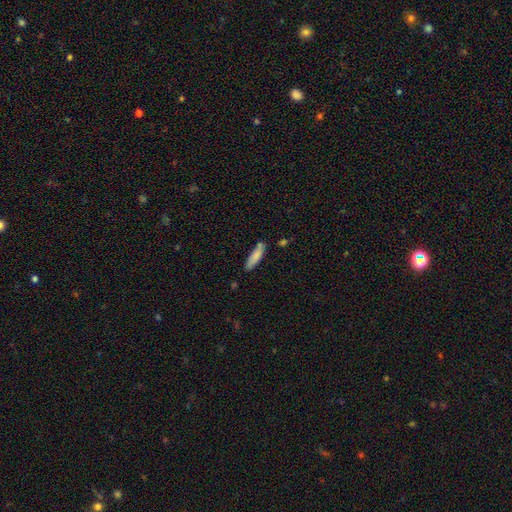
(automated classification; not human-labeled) This appears to be a smooth galaxy with no disk features (82%) that is cigar-shaped (67%). Merging: none (71%).